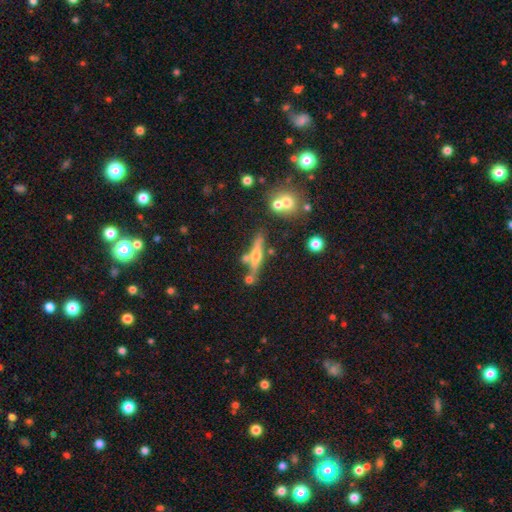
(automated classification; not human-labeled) featured or disk 62%, smooth 30%, star or artifact 9%. Down the decision tree: edge-on disk — yes (94%); edge-on bulge — rounded (87%); merging — none (69%).